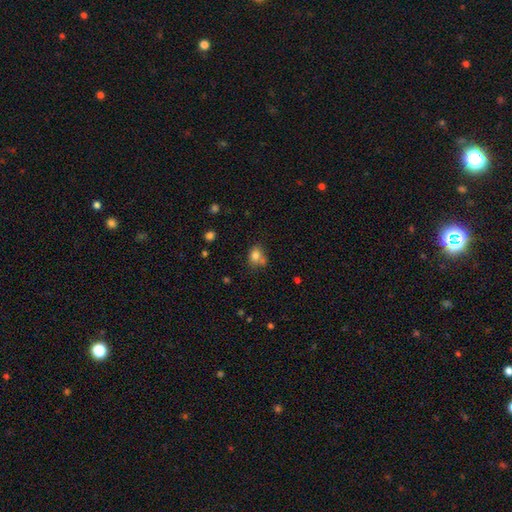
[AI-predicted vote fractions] smooth_or_featured: smooth (p=0.79) [alt: star or artifact p=0.12]
how_rounded: round (p=0.56) [alt: in between p=0.43]
merging: none (p=0.53) [alt: minor disturbance p=0.21]